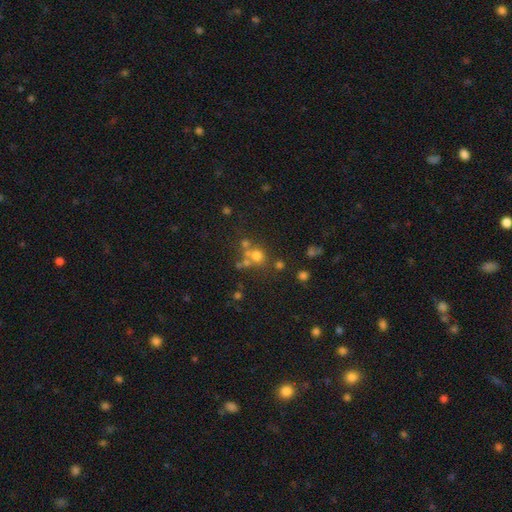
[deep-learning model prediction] Smooth or featured: smooth — 58% (star or artifact — 25%)
How rounded: round — 82% (in between — 16%)
Merging: none — 53% (merger — 31%)